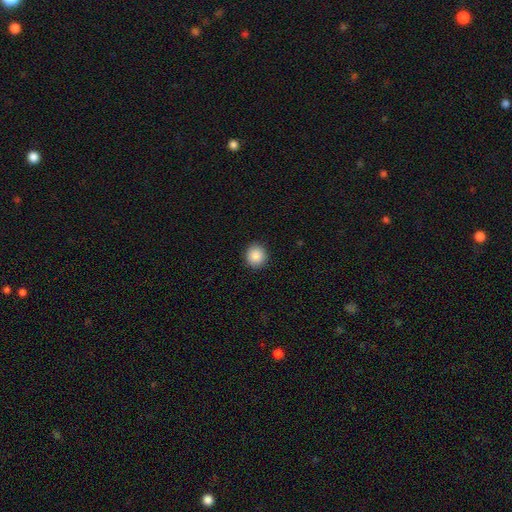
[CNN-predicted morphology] Smooth or featured?
  - smooth: 88% *
  - star or artifact: 8%
  - featured or disk: 3%
How rounded?
  - round: 90% *
  - in between: 9%
  - cigar-shaped: 1%
Merging?
  - none: 92% *
  - minor disturbance: 5%
  - major disturbance: 2%
  - merger: 1%